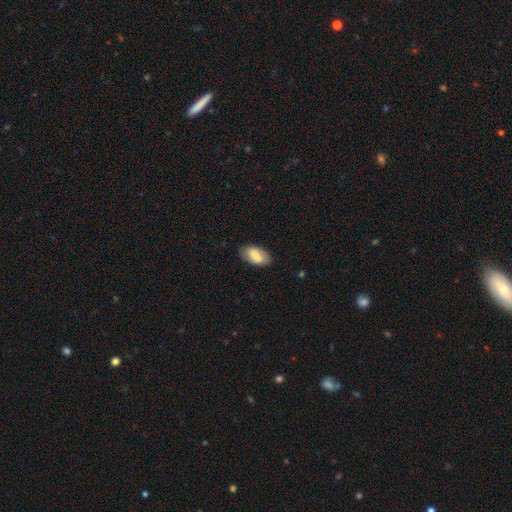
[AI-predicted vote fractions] Q: Smooth or featured?
A: smooth (73%); runner-up: featured or disk (20%)
Q: How rounded?
A: in between (94%); runner-up: round (3%)
Q: Merging?
A: none (82%); runner-up: minor disturbance (14%)